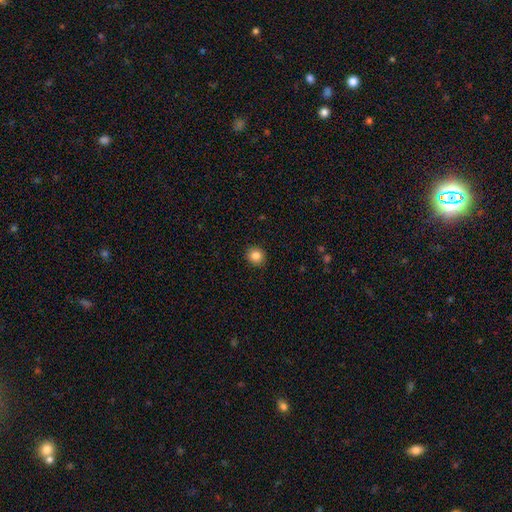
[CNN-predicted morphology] This appears to be a smooth galaxy with no disk features (85%) that is round (88%). Merging: none (91%).